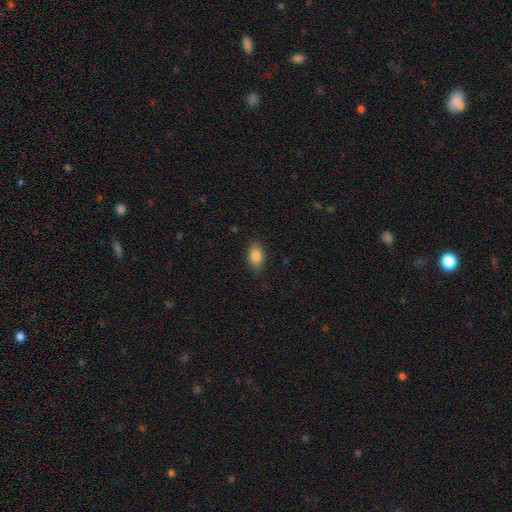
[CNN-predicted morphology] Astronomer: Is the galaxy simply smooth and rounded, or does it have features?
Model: smooth — 87%.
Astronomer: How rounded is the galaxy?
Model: in between — 87%.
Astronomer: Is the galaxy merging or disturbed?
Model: none — 83%.